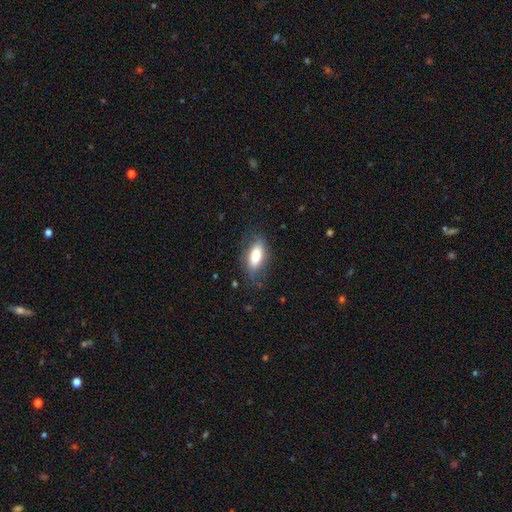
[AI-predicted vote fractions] A smooth galaxy with no disk features (75%) that is in between round and cigar-shaped (82%).

Vote fractions:
- Smooth or featured? smooth: 75% / featured or disk: 19% / star or artifact: 7%
- How rounded? in between: 82% / cigar-shaped: 14% / round: 3%
- Merging? none: 73% / minor disturbance: 19% / major disturbance: 7% / merger: 1%